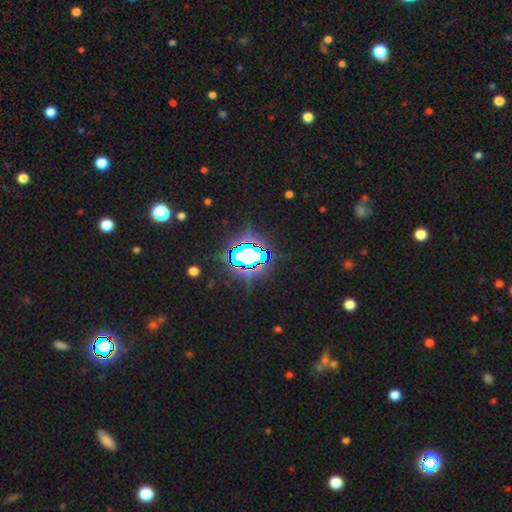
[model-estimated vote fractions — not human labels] This appears to be a star or artifact, not a galaxy (77%).